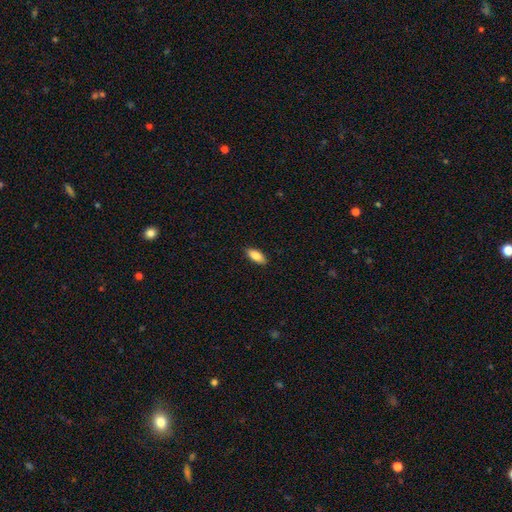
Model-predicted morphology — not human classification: smooth 85%, featured or disk 9%, star or artifact 6%. Down the decision tree: how rounded — in between (82%); merging — none (89%).